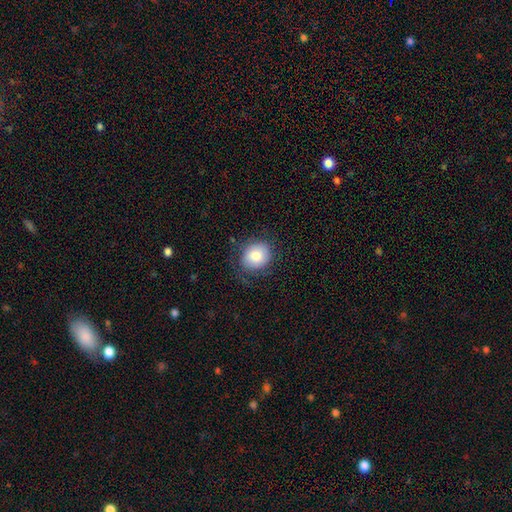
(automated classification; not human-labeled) Overall: smooth (80%). How rounded: round (68%; in between 31%). Merging: none (73%).